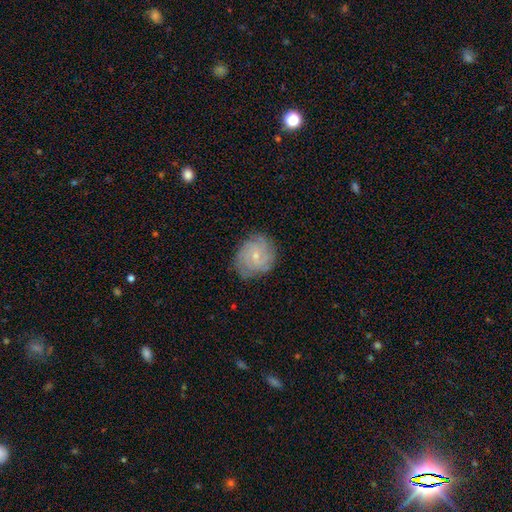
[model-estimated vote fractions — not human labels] The model was most divided on "spiral arm count": can't tell: 35%, 3: 21%, 2: 16%, 4: 15%, more than 4: 6%, 1: 6%. More confident: edge-on disk — no (98%); spiral arms — yes (94%); merging — none (78%); bulge size — small (74%); smooth or featured — featured or disk (72%); spiral winding — tight (70%); bar — no (66%).